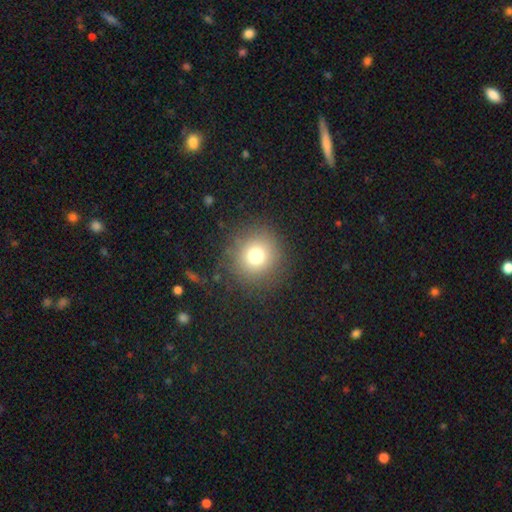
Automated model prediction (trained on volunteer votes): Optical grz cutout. It shows a smooth galaxy with no disk features (75%) that is round (93%). Merging: none (86%).